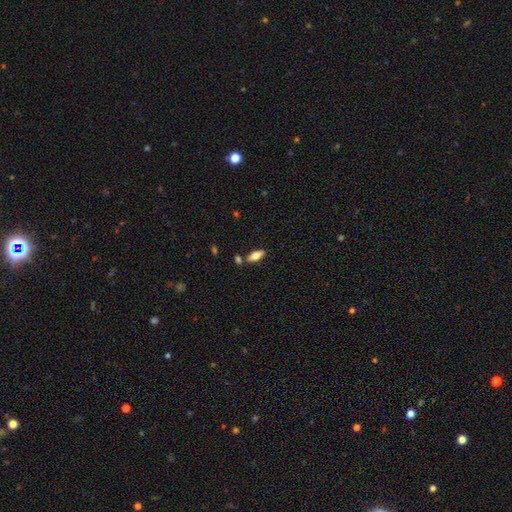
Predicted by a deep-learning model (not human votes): A smooth galaxy with no disk features (64%) that is in between round and cigar-shaped (80%). Merging: none (76%).